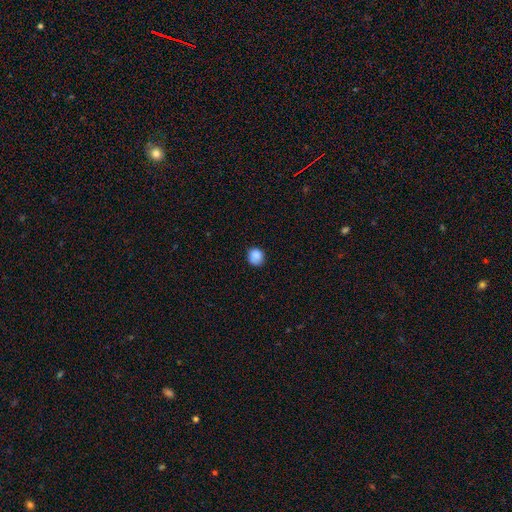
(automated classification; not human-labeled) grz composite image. It shows a smooth galaxy with no disk features (87%) that is round (86%). Merging: none (79%).